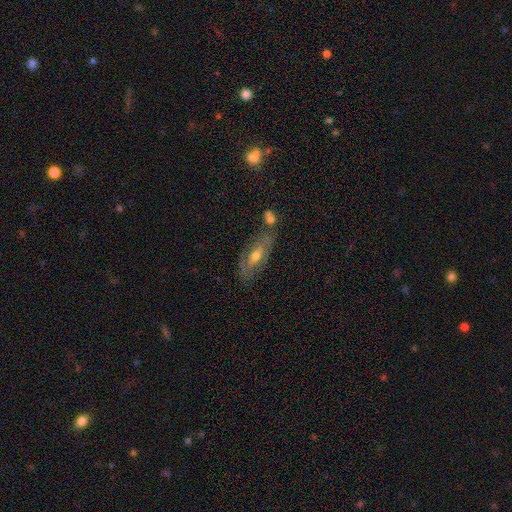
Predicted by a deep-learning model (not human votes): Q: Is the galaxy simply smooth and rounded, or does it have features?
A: featured or disk — 61%.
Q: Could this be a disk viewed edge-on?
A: no — 73%.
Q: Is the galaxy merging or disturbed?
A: none — 70%.